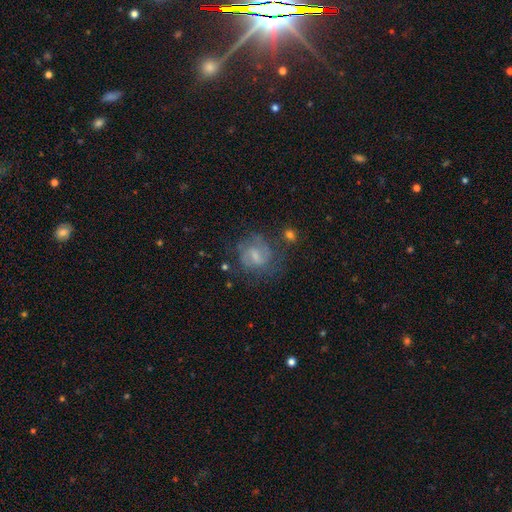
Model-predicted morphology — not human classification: Smooth or featured: featured or disk — 55% (smooth — 36%)
Edge-on disk: no — 97% (yes — 3%)
Bar: weak — 56% (no — 26%)
Spiral arms: yes — 70% (no — 30%)
Bulge size: small — 43% (moderate — 29%)
Merging: none — 57% (minor disturbance — 22%)